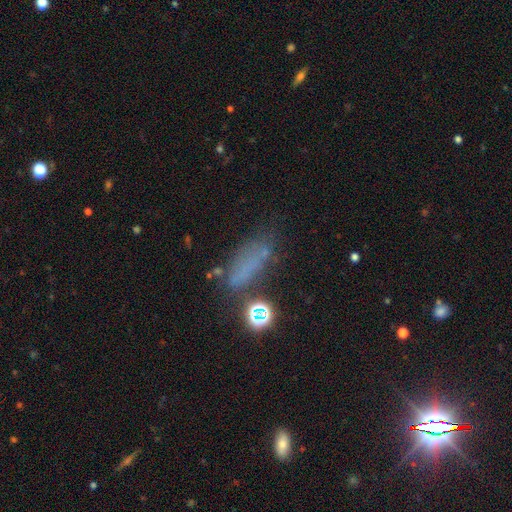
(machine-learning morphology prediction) Smooth or featured: smooth — 50% (star or artifact — 31%)
How rounded: in between — 54% (cigar-shaped — 35%)
Merging: none — 52% (minor disturbance — 22%)